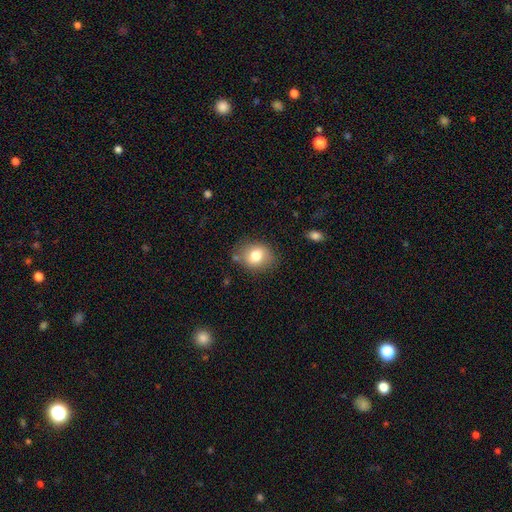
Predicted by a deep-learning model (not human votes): A smooth galaxy with no disk features (77%) that is round (52%). Merging: none (77%).